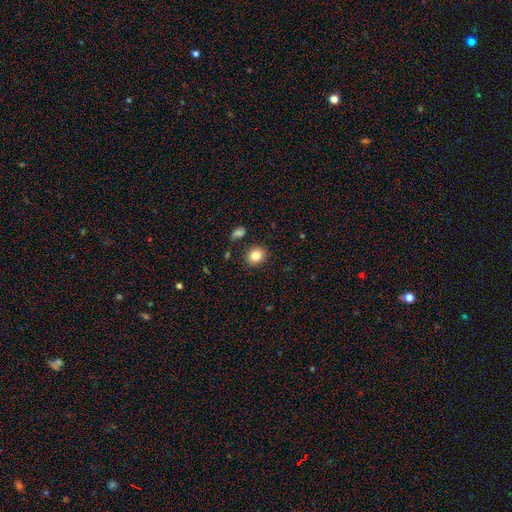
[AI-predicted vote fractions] Smooth or featured?
  - smooth: 84% *
  - star or artifact: 10%
  - featured or disk: 6%
How rounded?
  - round: 66% *
  - in between: 33%
  - cigar-shaped: 1%
Merging?
  - none: 85% *
  - minor disturbance: 9%
  - merger: 3%
  - major disturbance: 3%